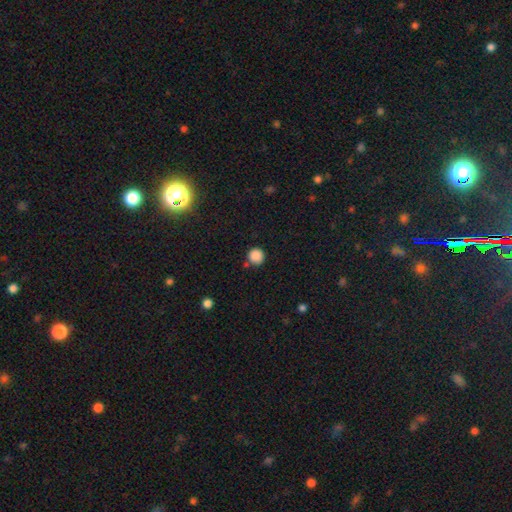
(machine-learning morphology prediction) type=smooth (86%); roundness=round (92%); merging=none (80%).